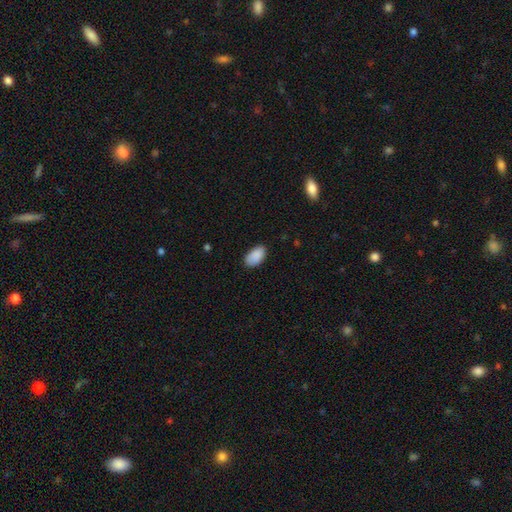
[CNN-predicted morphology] smooth_or_featured: smooth (p=0.90) [alt: star or artifact p=0.07]
how_rounded: in between (p=0.95) [alt: round p=0.04]
merging: none (p=0.82) [alt: minor disturbance p=0.15]